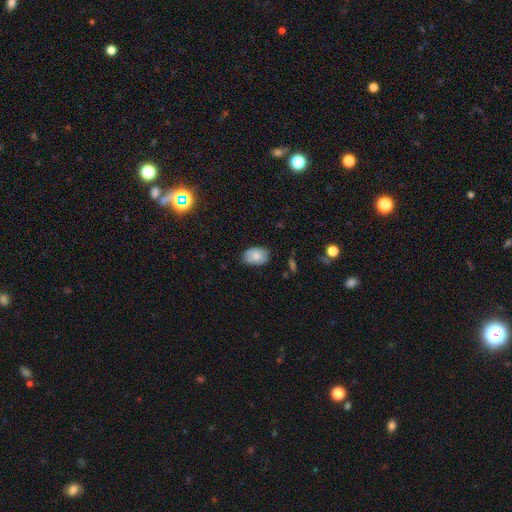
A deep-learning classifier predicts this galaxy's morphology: This appears to be a smooth galaxy with no disk features (79%) that is in between round and cigar-shaped (86%). Merging: none (80%).